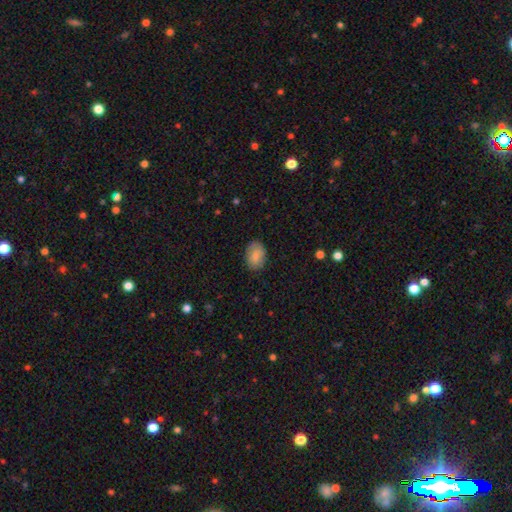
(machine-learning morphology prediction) Smooth or featured? smooth (83%)
How rounded? in between (82%)
Merging? none (80%)